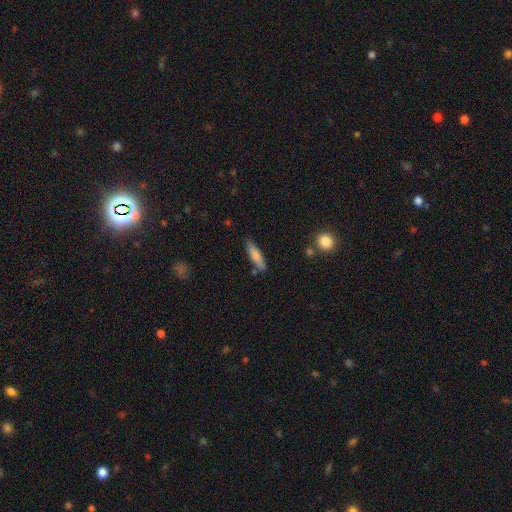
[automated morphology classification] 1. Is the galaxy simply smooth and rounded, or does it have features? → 76% smooth, 17% featured or disk, 6% star or artifact.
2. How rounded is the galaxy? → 72% cigar-shaped, 26% in between, 2% round.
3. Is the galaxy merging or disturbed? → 79% none, 14% minor disturbance, 4% merger, 3% major disturbance.